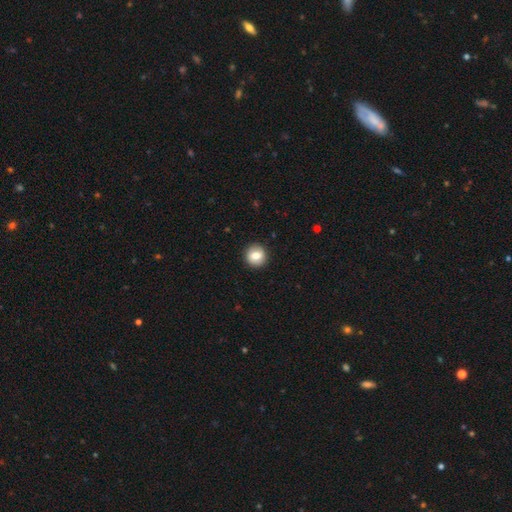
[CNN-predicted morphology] A smooth galaxy with no disk features (78%) that is round (90%). Merging: none (91%).